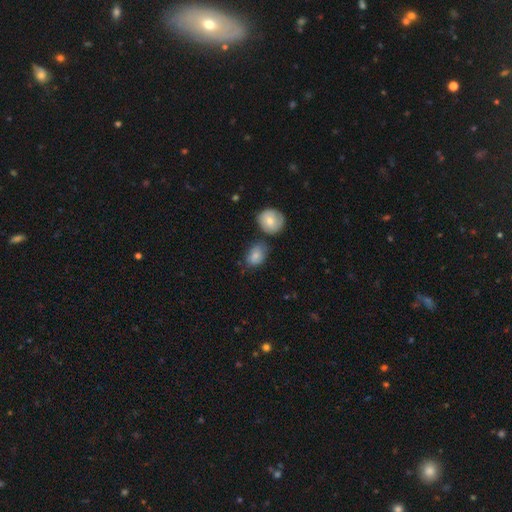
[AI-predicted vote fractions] Overall: smooth (78%). How rounded: in between (66%; round 32%). Merging: none (58%; minor disturbance 22%).